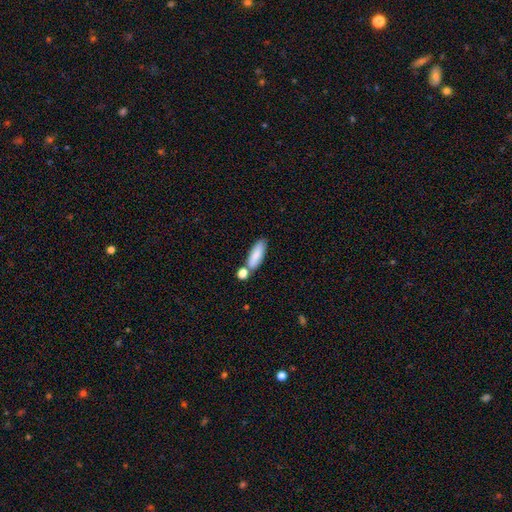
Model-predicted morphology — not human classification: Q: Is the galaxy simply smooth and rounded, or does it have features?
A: smooth — 83%.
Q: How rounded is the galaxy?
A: in between — 59%.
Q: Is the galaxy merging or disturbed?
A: none — 56%.